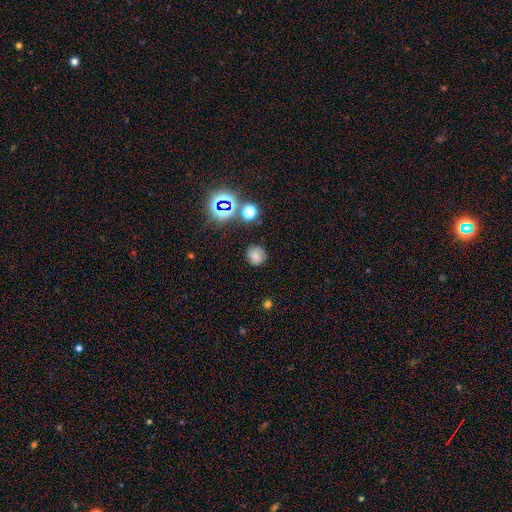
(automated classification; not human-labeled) This is likely a smooth galaxy (69%). How rounded: clearly round (89%). Merging: clearly none (84%).